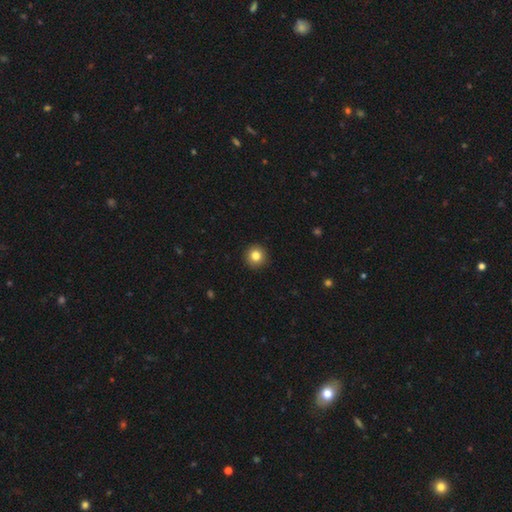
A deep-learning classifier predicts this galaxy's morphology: Smooth or featured?
  - smooth: 82% *
  - star or artifact: 11%
  - featured or disk: 7%
How rounded?
  - round: 95% *
  - in between: 4%
  - cigar-shaped: 1%
Merging?
  - none: 93% *
  - minor disturbance: 4%
  - major disturbance: 1%
  - merger: 1%